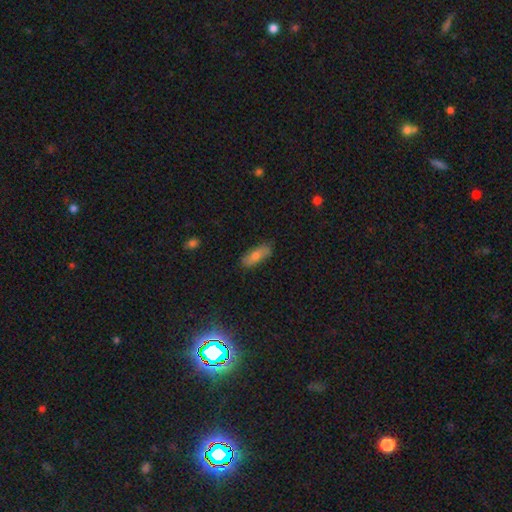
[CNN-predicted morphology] The model was most divided on "how rounded": in between: 69%, cigar-shaped: 28%, round: 3%. More confident: merging — none (78%); smooth or featured — smooth (68%).